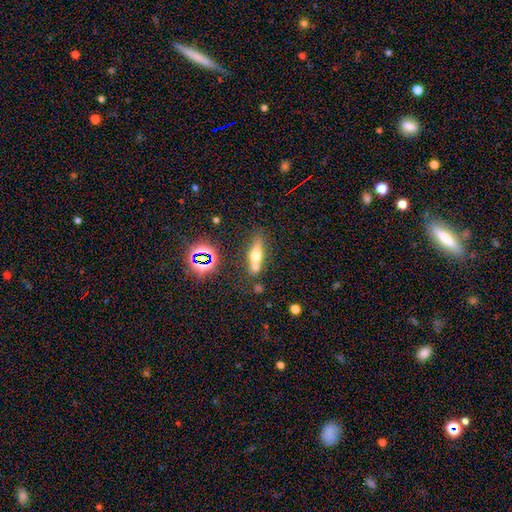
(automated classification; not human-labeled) smooth_or_featured: smooth (p=0.51) [alt: featured or disk p=0.33]
how_rounded: in between (p=0.46) [alt: cigar-shaped p=0.45]
merging: none (p=0.54) [alt: merger p=0.26]